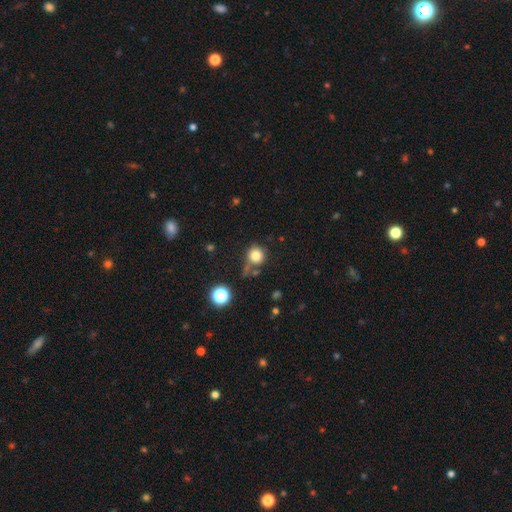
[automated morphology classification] Smooth or featured? smooth (81%)
How rounded? round (90%)
Merging? none (65%)